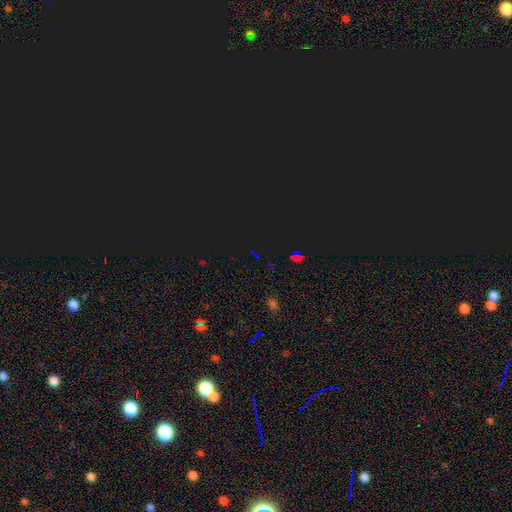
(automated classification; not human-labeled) Smooth or featured: star or artifact — 78% (smooth — 14%)